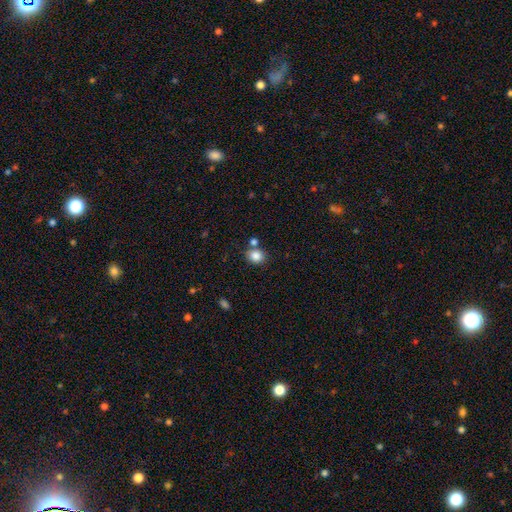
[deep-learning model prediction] Smooth or featured?
  - smooth: 85% *
  - star or artifact: 10%
  - featured or disk: 5%
How rounded?
  - round: 69% *
  - in between: 30%
  - cigar-shaped: 1%
Merging?
  - none: 70% *
  - merger: 16%
  - minor disturbance: 11%
  - major disturbance: 4%